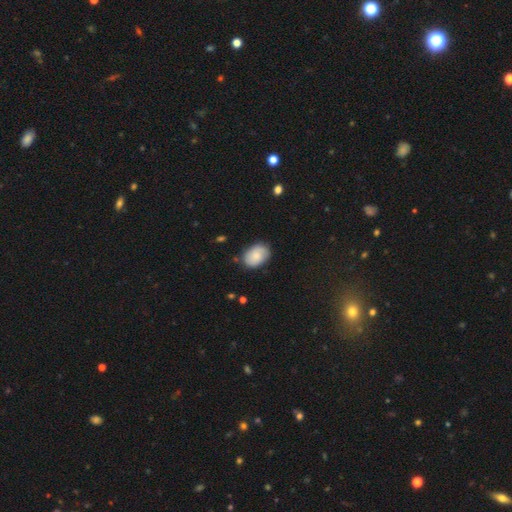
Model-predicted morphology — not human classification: Smooth or featured? smooth (76%)
How rounded? in between (79%)
Merging? none (79%)